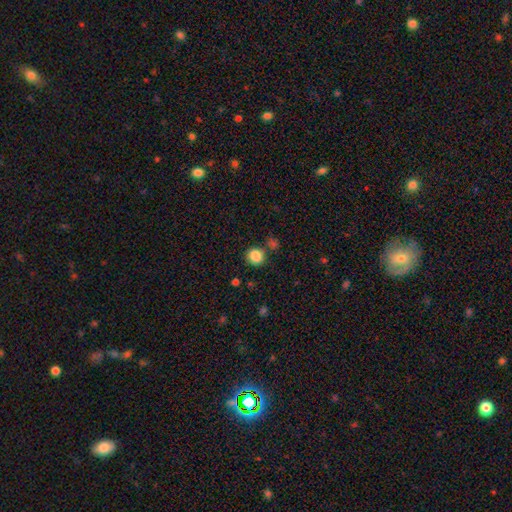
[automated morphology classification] The model was most divided on "merging": none: 72%, minor disturbance: 13%, merger: 11%, major disturbance: 4%. More confident: smooth or featured — smooth (87%); how rounded — round (80%).